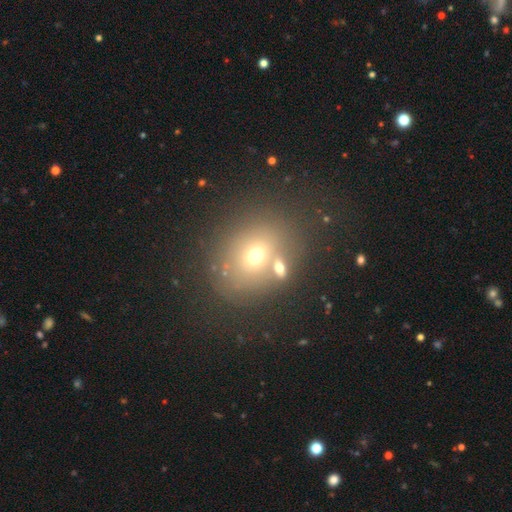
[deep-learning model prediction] A smooth galaxy with no disk features (61%) that is round (62%). Merging: none (66%).